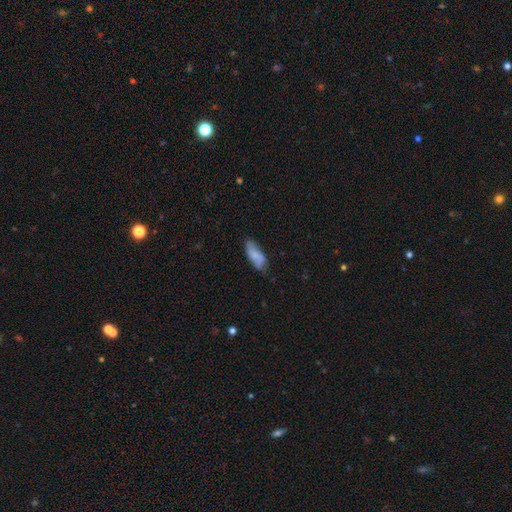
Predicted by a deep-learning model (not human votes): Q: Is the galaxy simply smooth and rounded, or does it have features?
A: smooth — 69%.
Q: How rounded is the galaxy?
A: in between — 77%.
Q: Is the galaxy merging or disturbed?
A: none — 66%.